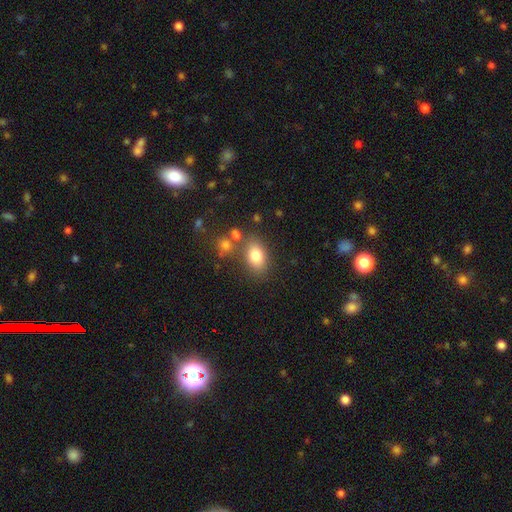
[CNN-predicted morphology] smooth_or_featured: smooth (p=0.80) [alt: featured or disk p=0.11]
how_rounded: in between (p=0.82) [alt: round p=0.17]
merging: none (p=0.71) [alt: minor disturbance p=0.13]